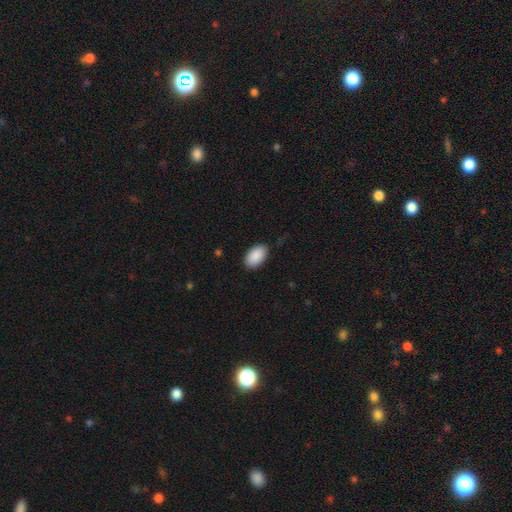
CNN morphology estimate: type=smooth (91%); roundness=in between (95%); merging=none (85%).